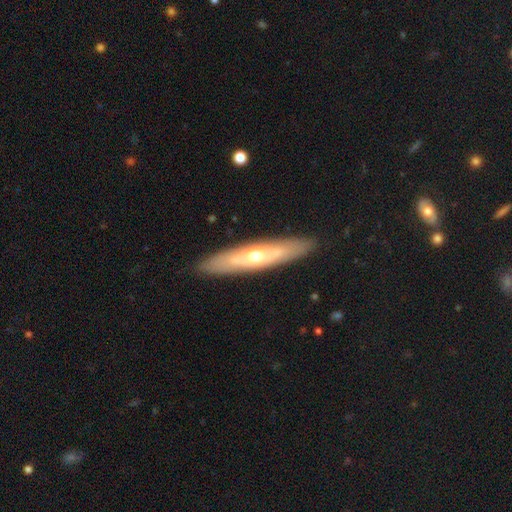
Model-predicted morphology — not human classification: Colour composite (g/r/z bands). It shows a featured or disk galaxy (59%) viewed edge-on (72%). Merging: none (89%).